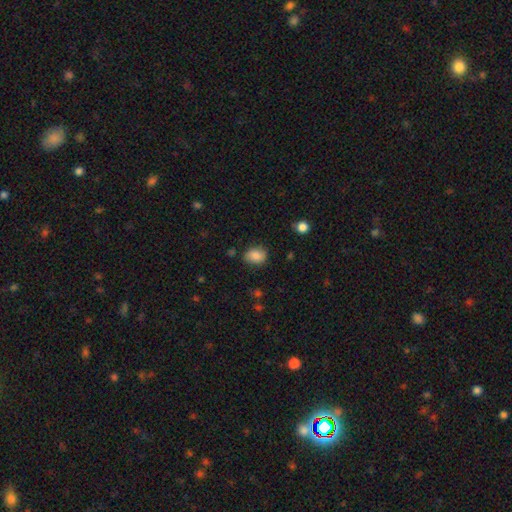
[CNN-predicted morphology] smooth_or_featured: smooth (p=0.85) [alt: star or artifact p=0.08]
how_rounded: in between (p=0.62) [alt: round p=0.37]
merging: none (p=0.77) [alt: minor disturbance p=0.17]